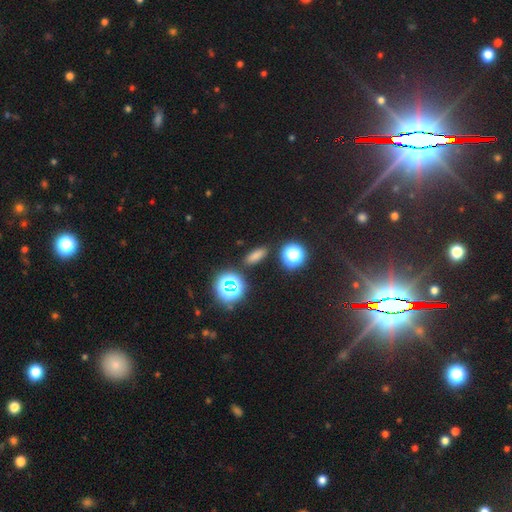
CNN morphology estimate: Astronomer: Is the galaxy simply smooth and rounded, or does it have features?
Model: smooth — 69%.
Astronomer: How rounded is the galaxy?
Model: in between — 56%.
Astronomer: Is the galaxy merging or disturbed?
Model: none — 88%.